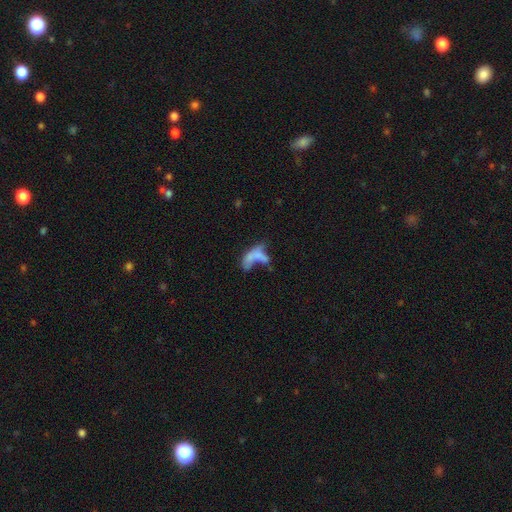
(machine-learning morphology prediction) Smooth or featured?
  - smooth: 51% *
  - featured or disk: 35%
  - star or artifact: 14%
How rounded?
  - in between: 72% *
  - cigar-shaped: 22%
  - round: 6%
Merging?
  - merger: 44% *
  - major disturbance: 28%
  - none: 18%
  - minor disturbance: 10%